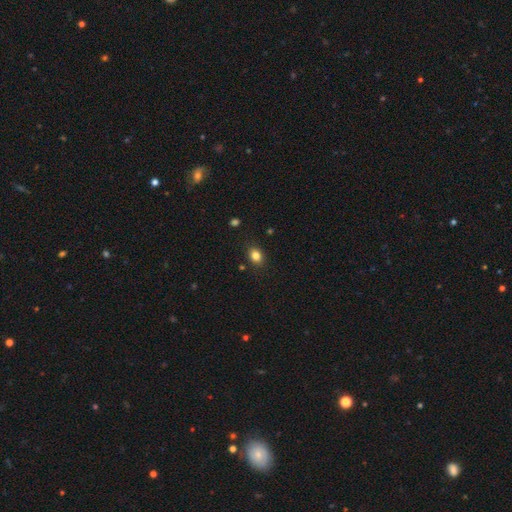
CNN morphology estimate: Overall: smooth (84%). How rounded: in between (57%; round 42%). Merging: none (86%).